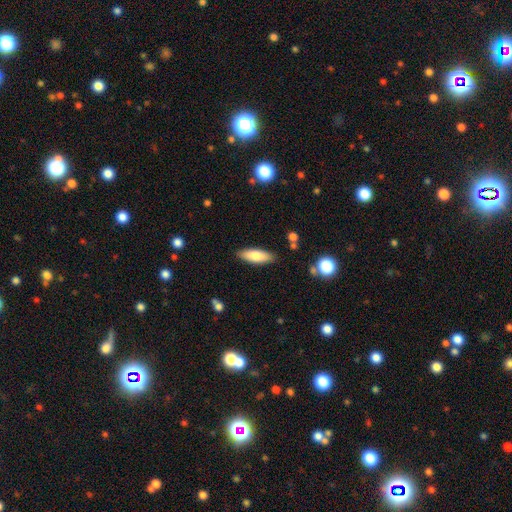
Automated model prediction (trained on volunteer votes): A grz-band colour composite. It shows a smooth galaxy with no disk features (77%) that is in between round and cigar-shaped (60%). Merging: none (86%).